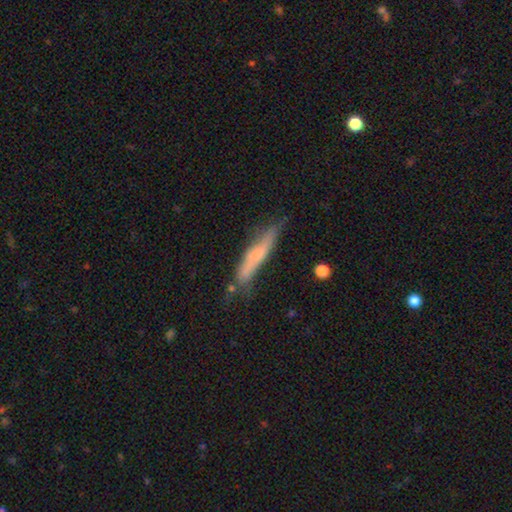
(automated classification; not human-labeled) Smooth or featured?
  - smooth: 55% *
  - featured or disk: 37%
  - star or artifact: 8%
How rounded?
  - cigar-shaped: 88% *
  - in between: 10%
  - round: 2%
Merging?
  - none: 58% *
  - minor disturbance: 28%
  - major disturbance: 9%
  - merger: 5%